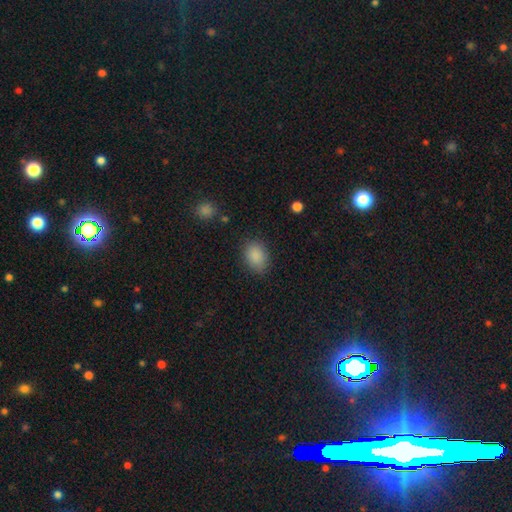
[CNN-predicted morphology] type=smooth (87%); roundness=in between (72%); merging=none (83%).